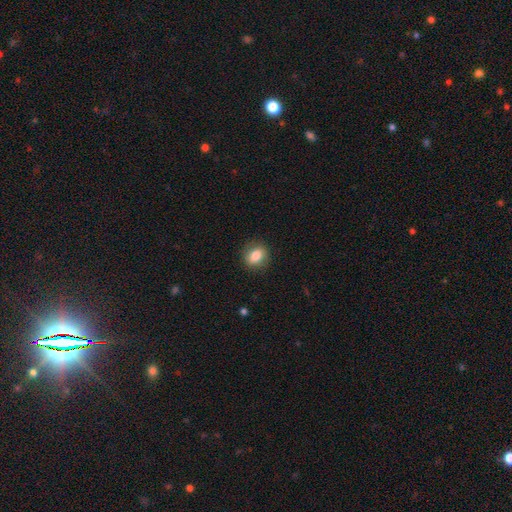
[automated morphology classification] Smooth or featured? smooth (82%)
How rounded? round (52%)
Merging? none (86%)